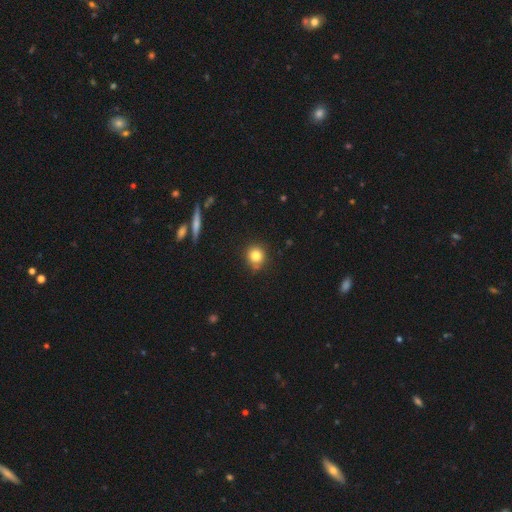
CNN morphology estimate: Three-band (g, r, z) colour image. It shows a smooth galaxy with no disk features (82%) that is round (88%). Merging: none (80%).